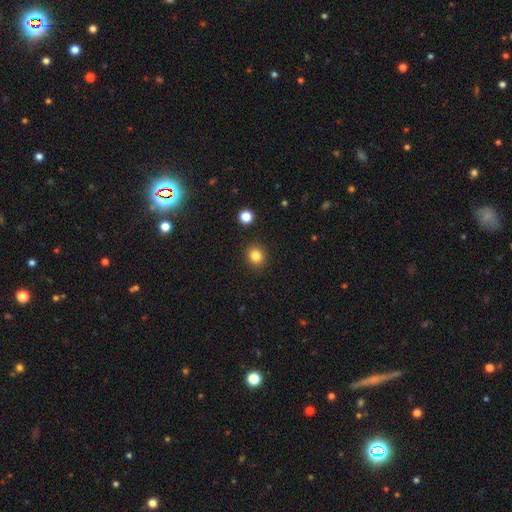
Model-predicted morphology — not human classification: Overall: smooth (83%). How rounded: round (78%). Merging: none (90%).